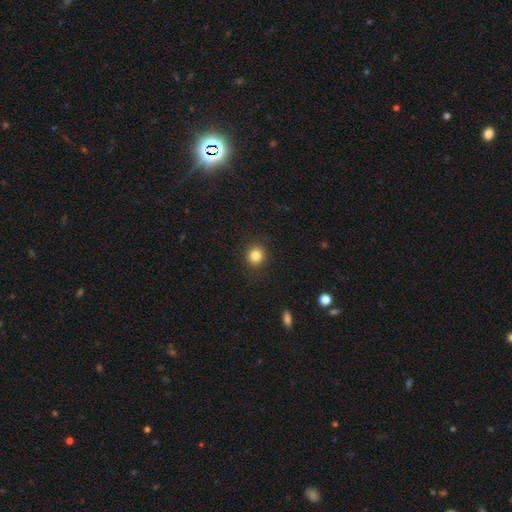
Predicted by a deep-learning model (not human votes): Smooth or featured?
  - smooth: 84% *
  - star or artifact: 11%
  - featured or disk: 5%
How rounded?
  - round: 88% *
  - in between: 11%
  - cigar-shaped: 1%
Merging?
  - none: 90% *
  - minor disturbance: 7%
  - major disturbance: 2%
  - merger: 1%